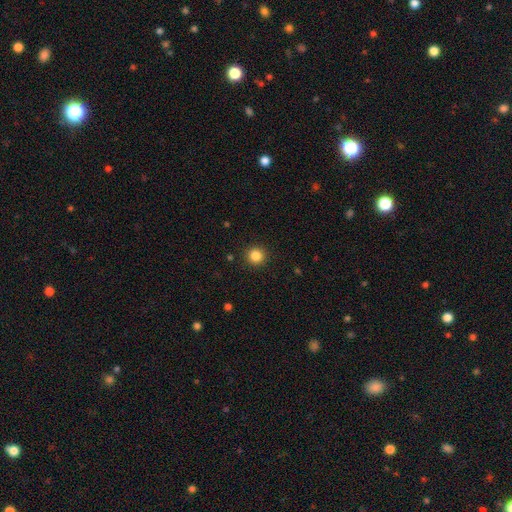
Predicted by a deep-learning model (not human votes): Smooth or featured?
  - smooth: 85% *
  - star or artifact: 11%
  - featured or disk: 4%
How rounded?
  - round: 95% *
  - in between: 4%
  - cigar-shaped: 1%
Merging?
  - none: 92% *
  - minor disturbance: 5%
  - major disturbance: 2%
  - merger: 1%